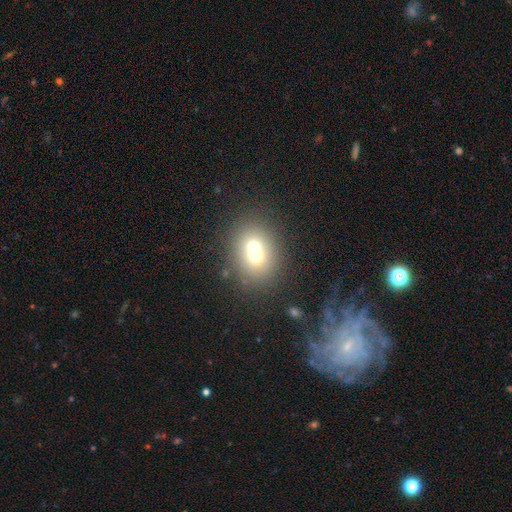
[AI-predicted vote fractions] A smooth galaxy with no disk features (64%) that is round (67%). Merging: merger (59%).